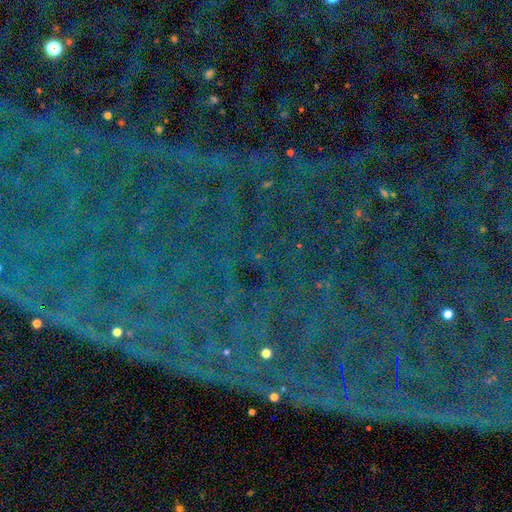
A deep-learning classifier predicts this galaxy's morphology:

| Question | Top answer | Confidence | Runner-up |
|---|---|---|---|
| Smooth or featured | star or artifact | 84% | smooth (8%) |